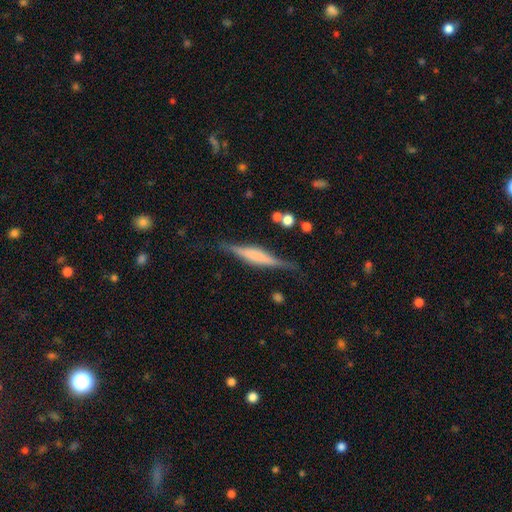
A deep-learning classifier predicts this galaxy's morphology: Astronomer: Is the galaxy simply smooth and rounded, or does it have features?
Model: featured or disk — 69%.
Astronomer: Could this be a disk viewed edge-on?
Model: yes — 97%.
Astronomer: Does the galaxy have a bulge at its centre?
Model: boxy — 45% (runner-up: rounded, 41%).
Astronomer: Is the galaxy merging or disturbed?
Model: none — 80%.